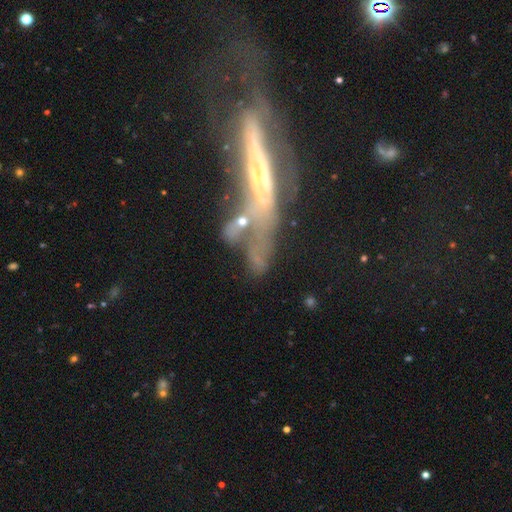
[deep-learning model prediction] Smooth or featured: featured or disk — 53% (smooth — 27%)
Edge-on disk: no — 57% (yes — 43%)
Merging: none — 30% (merger — 29%)